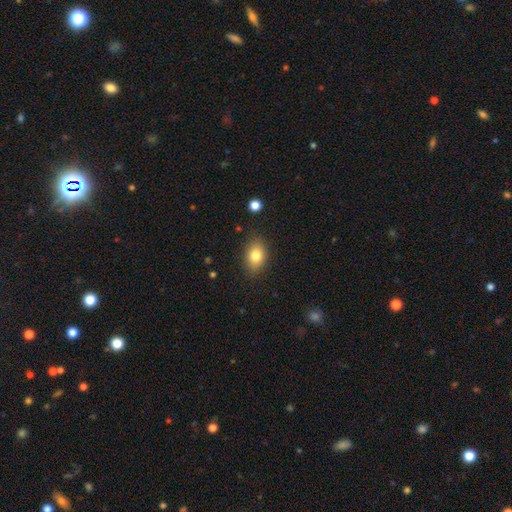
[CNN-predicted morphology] Smooth or featured: smooth — 80% (featured or disk — 11%)
How rounded: in between — 82% (round — 17%)
Merging: none — 85% (minor disturbance — 11%)